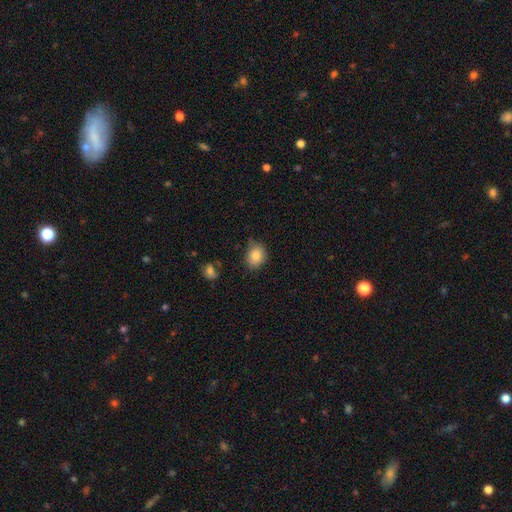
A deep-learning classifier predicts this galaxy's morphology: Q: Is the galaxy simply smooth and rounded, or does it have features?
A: smooth — 85%.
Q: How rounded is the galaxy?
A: round — 60%.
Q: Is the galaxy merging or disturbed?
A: none — 65%.